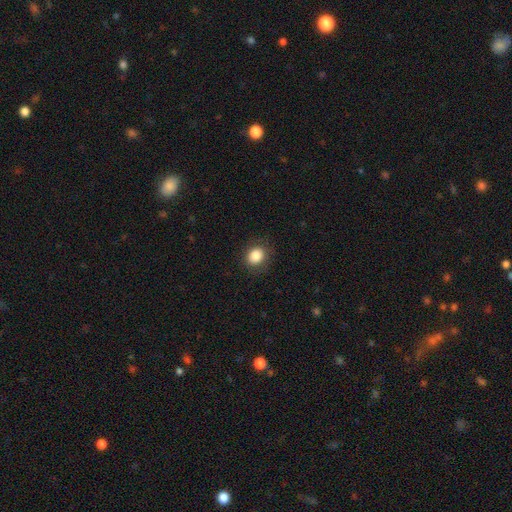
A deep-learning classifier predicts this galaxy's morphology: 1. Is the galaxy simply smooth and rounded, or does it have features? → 85% smooth, 9% star or artifact, 5% featured or disk.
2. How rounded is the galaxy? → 66% round, 33% in between, 1% cigar-shaped.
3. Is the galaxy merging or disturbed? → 86% none, 10% minor disturbance, 3% major disturbance, 1% merger.